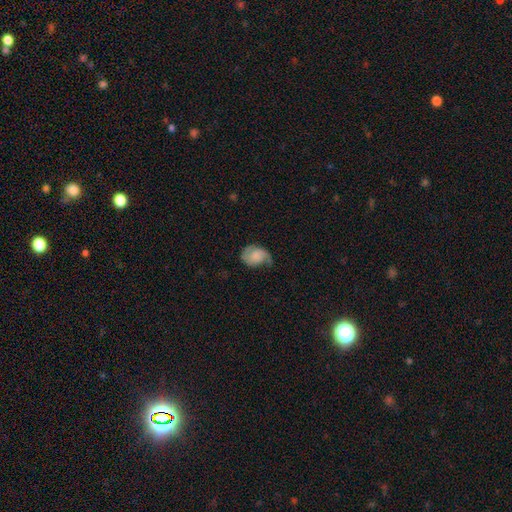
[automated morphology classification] Smooth or featured? Predicted: smooth (p=0.47). Merging? Predicted: none (p=0.43).